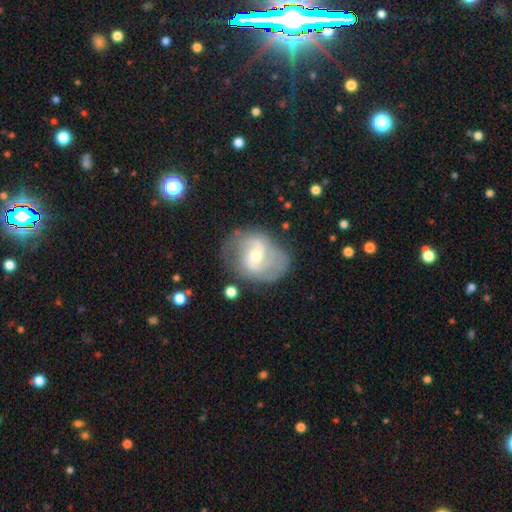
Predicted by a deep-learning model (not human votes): featured or disk 79%, smooth 15%, star or artifact 6%. Down the decision tree: edge-on disk — no (97%); bar — weak (45%); spiral arms — yes (91%); spiral arm count — 2 (68%); spiral winding — medium (47%); bulge size — small (52%); merging — none (65%).